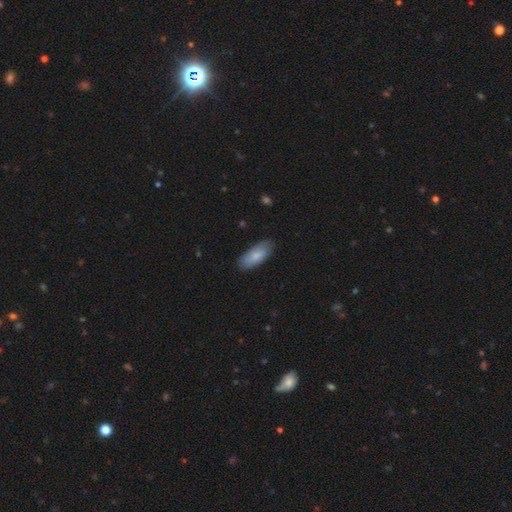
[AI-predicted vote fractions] Smooth or featured: smooth — 83% (featured or disk — 12%)
How rounded: in between — 84% (cigar-shaped — 15%)
Merging: none — 82% (minor disturbance — 15%)